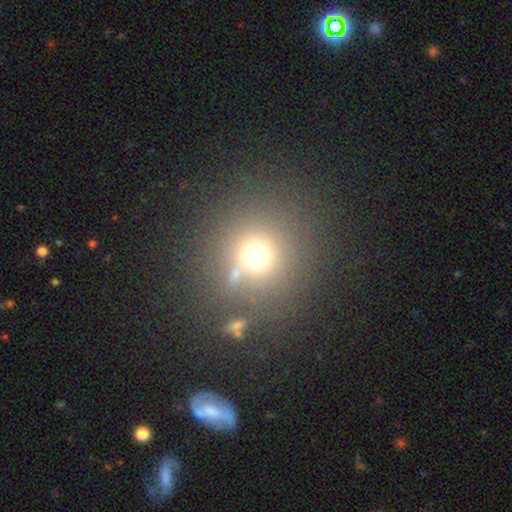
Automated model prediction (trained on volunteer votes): Overall: smooth (68%). How rounded: round (91%). Merging: none (75%).